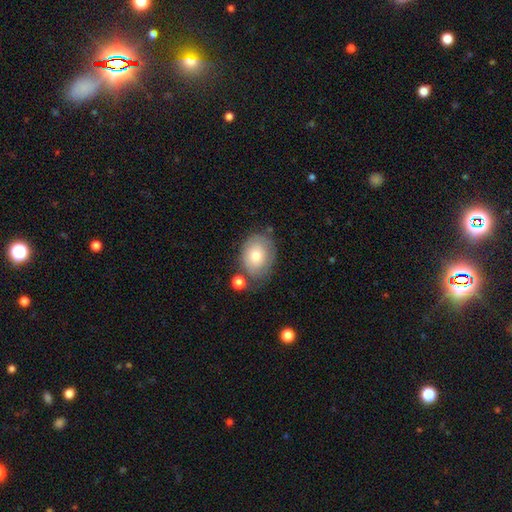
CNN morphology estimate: The model was most divided on "merging": none: 63%, minor disturbance: 22%, merger: 8%, major disturbance: 7%. More confident: smooth or featured — smooth (70%); how rounded — in between (70%).